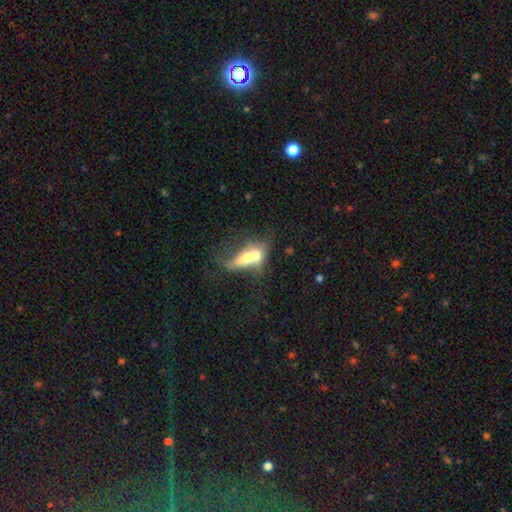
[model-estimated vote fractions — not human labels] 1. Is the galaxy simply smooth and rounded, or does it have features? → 47% smooth, 44% featured or disk, 9% star or artifact.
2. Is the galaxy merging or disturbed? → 63% merger, 15% major disturbance, 13% none, 8% minor disturbance.